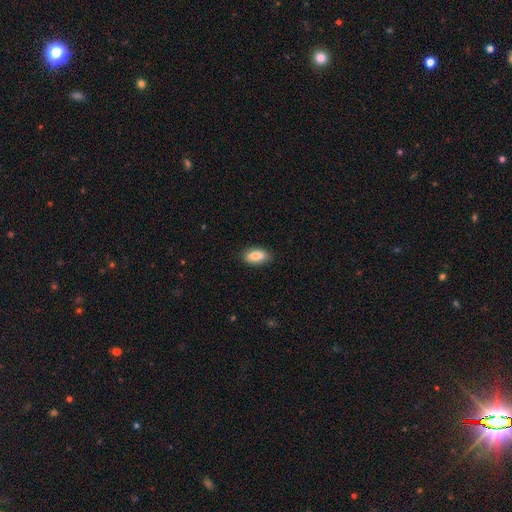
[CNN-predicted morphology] Overall: smooth (83%). How rounded: in between (90%). Merging: none (85%).